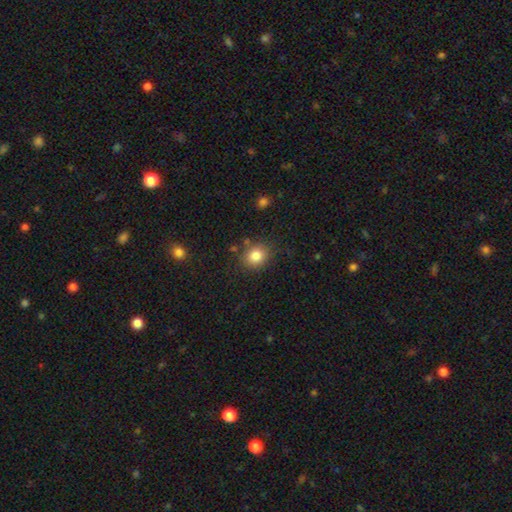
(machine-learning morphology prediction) smooth_or_featured: smooth (p=0.83) [alt: star or artifact p=0.10]
how_rounded: round (p=0.69) [alt: in between p=0.30]
merging: none (p=0.82) [alt: minor disturbance p=0.11]